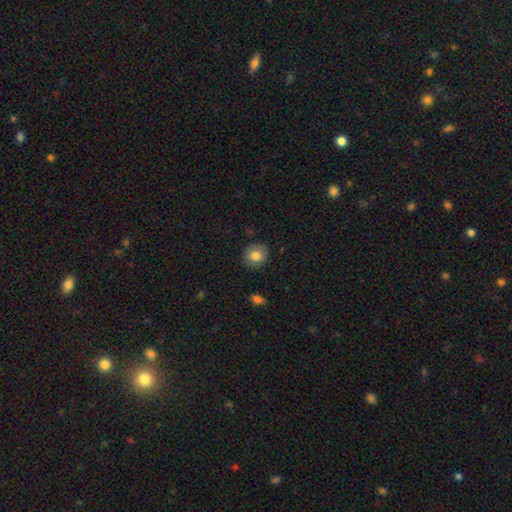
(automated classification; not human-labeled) Morphology: type=smooth (81%); roundness=round (76%); merging=none (86%).